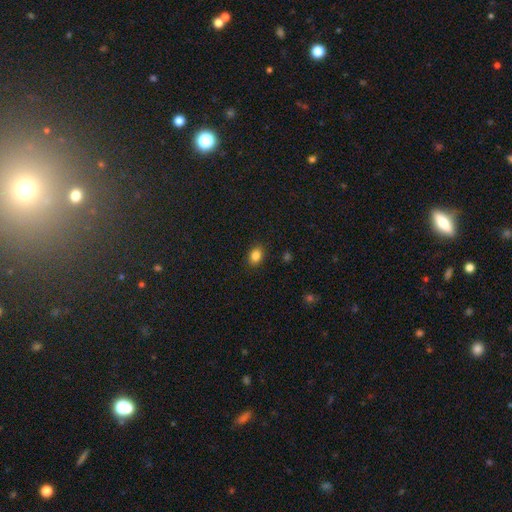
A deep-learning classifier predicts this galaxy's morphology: Smooth or featured? Predicted: smooth (p=0.85). How rounded? Predicted: in between (p=0.67). Merging? Predicted: none (p=0.89).